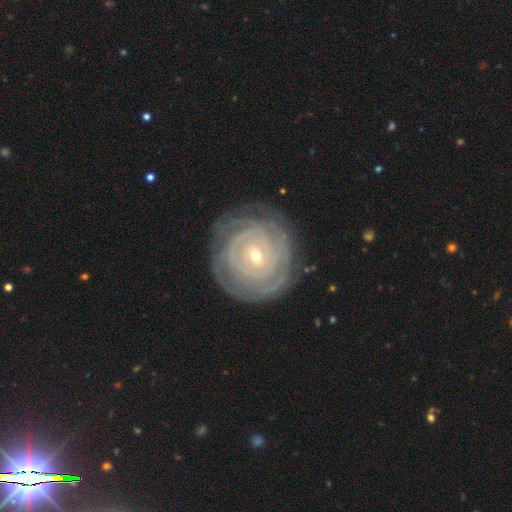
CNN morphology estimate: Smooth or featured?
  - featured or disk: 86% *
  - smooth: 9%
  - star or artifact: 5%
Edge-on disk?
  - no: 97% *
  - yes: 3%
Bar?
  - no: 60% *
  - weak: 29%
  - strong: 12%
Spiral arms?
  - yes: 94% *
  - no: 6%
Spiral winding?
  - tight: 88% *
  - medium: 9%
  - loose: 2%
Spiral arm count?
  - can't tell: 41% *
  - 2: 17%
  - 3: 14%
  - 4: 13%
  - more than 4: 8%
  - 1: 6%
Bulge size?
  - small: 67% *
  - moderate: 30%
  - large: 1%
  - none: 1%
  - dominant: 1%
Merging?
  - none: 78% *
  - minor disturbance: 15%
  - major disturbance: 6%
  - merger: 1%